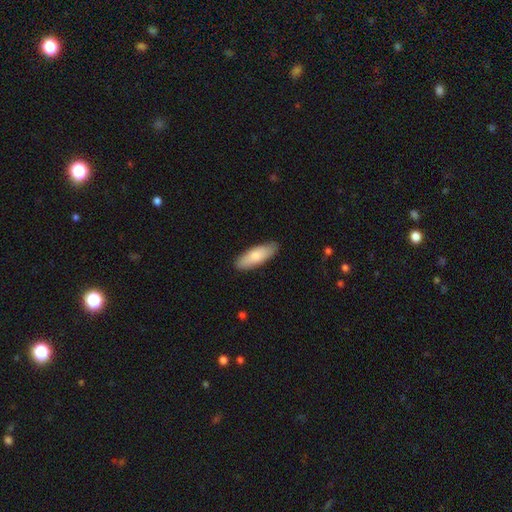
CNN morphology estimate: smooth_or_featured: smooth (p=0.80) [alt: featured or disk p=0.15]
how_rounded: in between (p=0.58) [alt: cigar-shaped p=0.40]
merging: none (p=0.85) [alt: minor disturbance p=0.12]